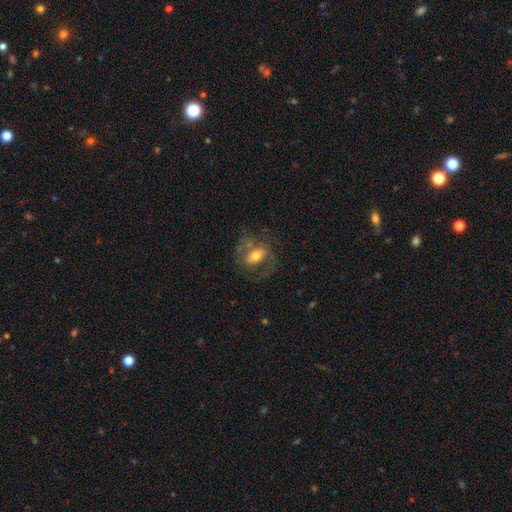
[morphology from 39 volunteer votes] This appears to be a featured or disk galaxy (49%) with no bar (56%), 1 (44%, tied with 2) loose (56%) spiral arms (56%) and a moderate central bulge (81%). Merging: major disturbance (44%).